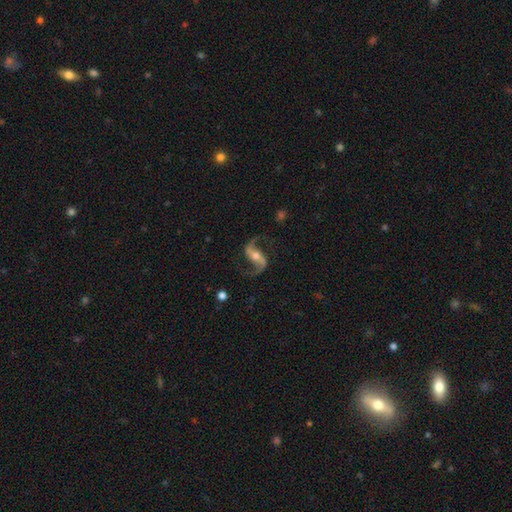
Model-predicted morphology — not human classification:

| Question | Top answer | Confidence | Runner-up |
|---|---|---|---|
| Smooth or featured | featured or disk | 91% | star or artifact (5%) |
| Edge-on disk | no | 97% | yes (3%) |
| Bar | strong | 44% | weak (31%) |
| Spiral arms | yes | 97% | no (3%) |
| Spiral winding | loose | 71% | medium (24%) |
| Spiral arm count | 2 | 94% | 1 (2%) |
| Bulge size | moderate | 61% | small (31%) |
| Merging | none | 80% | minor disturbance (12%) |